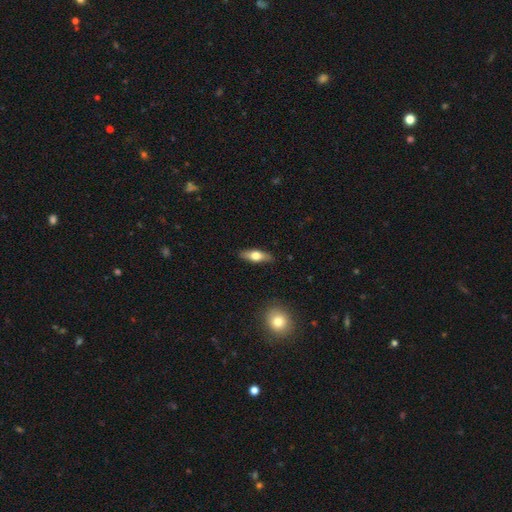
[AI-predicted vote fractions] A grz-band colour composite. It shows a smooth galaxy with no disk features (61%) that is in between round and cigar-shaped (59%). Merging: none (88%).